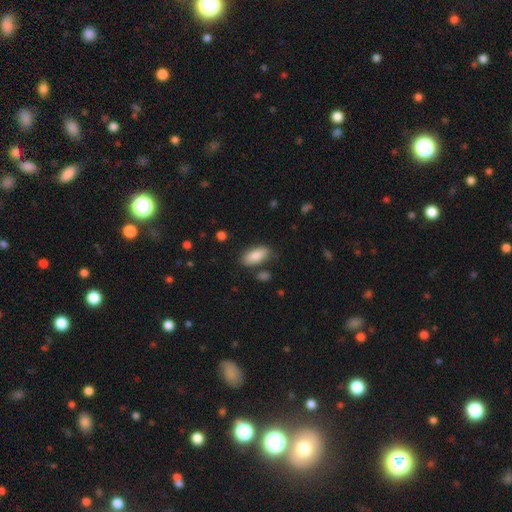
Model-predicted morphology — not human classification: type=smooth (87%); roundness=in between (88%); merging=none (79%).